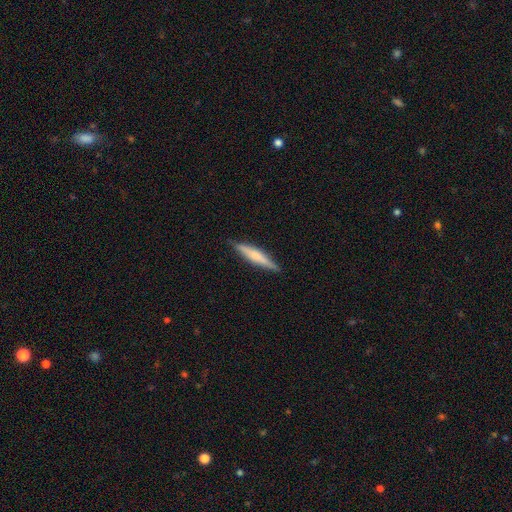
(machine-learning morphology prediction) Smooth or featured: smooth — 52% (featured or disk — 42%)
How rounded: cigar-shaped — 92% (in between — 7%)
Merging: none — 89% (minor disturbance — 8%)